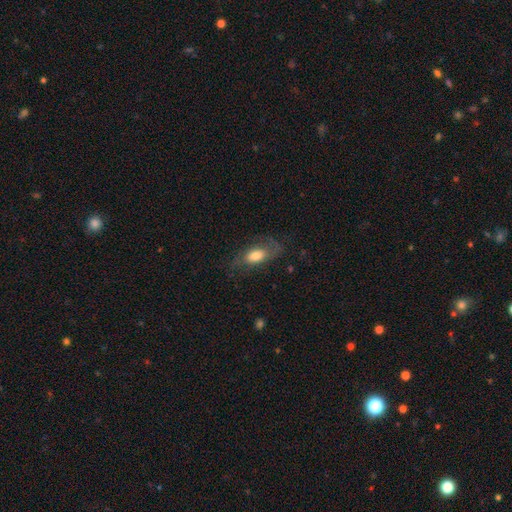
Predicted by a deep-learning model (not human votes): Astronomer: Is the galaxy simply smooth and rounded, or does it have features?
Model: smooth — 51% (runner-up: featured or disk, 41%).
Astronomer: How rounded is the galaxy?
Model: in between — 83%.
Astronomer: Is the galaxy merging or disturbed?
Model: none — 58%.